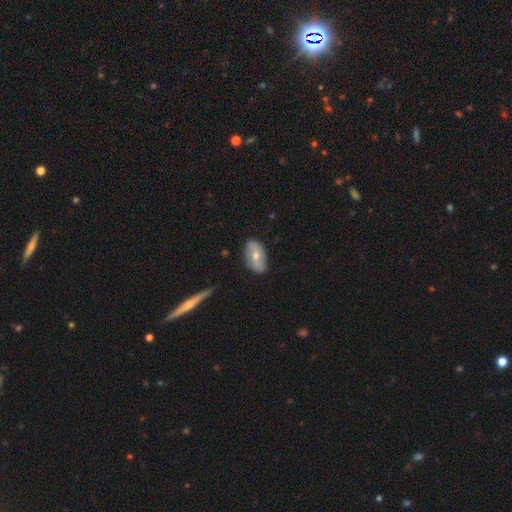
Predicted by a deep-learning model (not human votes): smooth_or_featured: featured or disk (p=0.50) [alt: smooth p=0.44]
disk_edge_on: no (p=0.88) [alt: yes p=0.12]
merging: none (p=0.79) [alt: minor disturbance p=0.17]